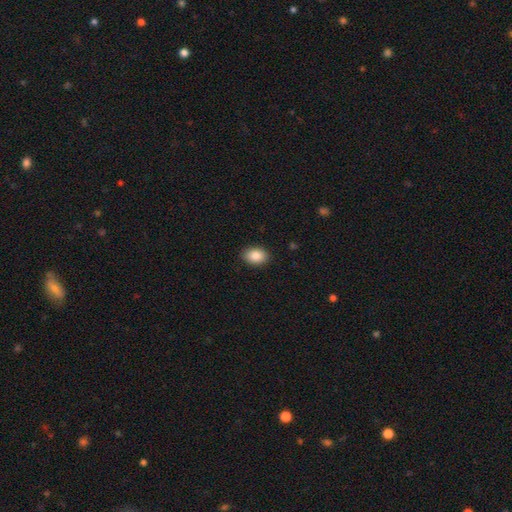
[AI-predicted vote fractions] Overall: smooth (87%). How rounded: in between (83%). Merging: none (89%).